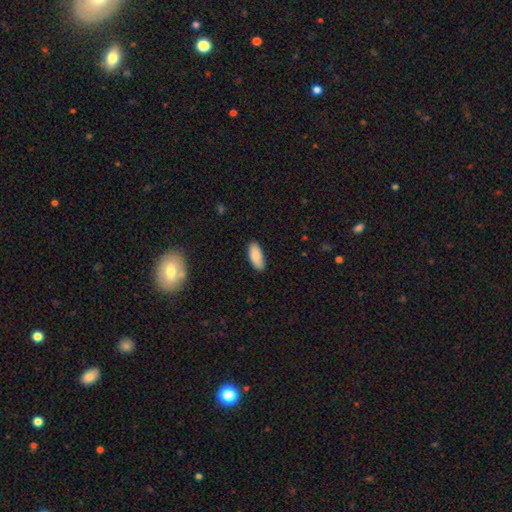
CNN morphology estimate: smooth-or-featured: smooth: 88% | star or artifact: 6% | featured or disk: 6%
  how-rounded: in between: 87% | cigar-shaped: 12% | round: 2%
  merging: none: 88% | minor disturbance: 9% | major disturbance: 2% | merger: 1%